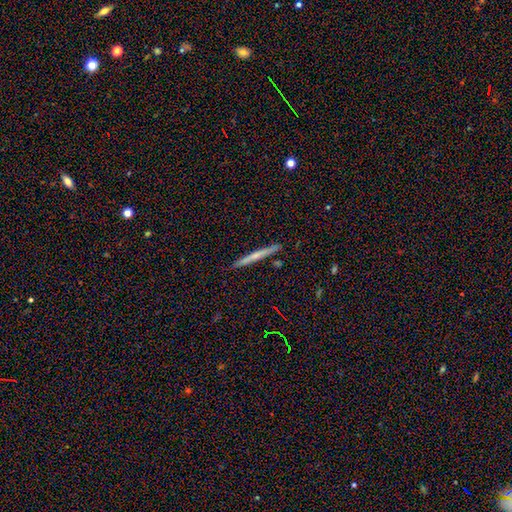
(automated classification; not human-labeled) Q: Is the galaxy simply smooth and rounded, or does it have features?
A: featured or disk — 46%.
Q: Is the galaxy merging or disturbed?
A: none — 91%.